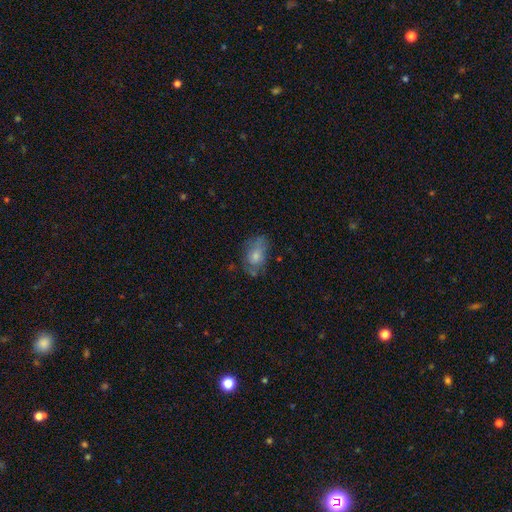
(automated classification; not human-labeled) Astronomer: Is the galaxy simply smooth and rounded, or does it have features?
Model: smooth — 61%.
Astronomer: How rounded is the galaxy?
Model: in between — 84%.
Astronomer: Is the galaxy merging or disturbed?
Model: none — 58%.